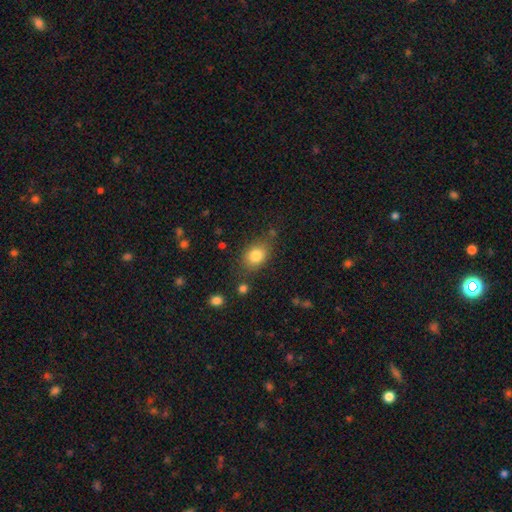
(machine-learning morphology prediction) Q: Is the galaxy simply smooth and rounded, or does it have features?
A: smooth — 82%.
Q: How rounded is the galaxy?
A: in between — 61%.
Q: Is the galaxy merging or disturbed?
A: none — 74%.